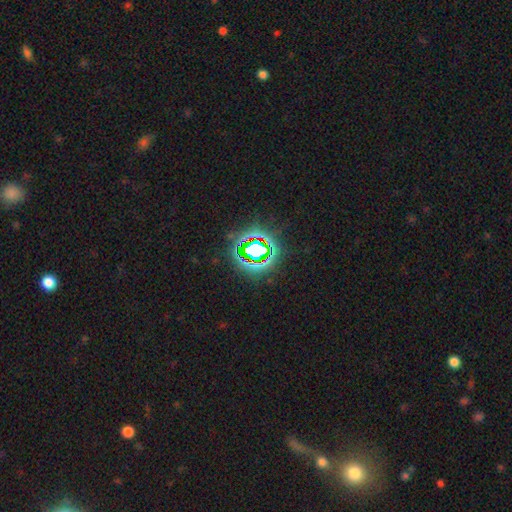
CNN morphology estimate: The model was most divided on "smooth or featured": star or artifact: 79%, smooth: 12%, featured or disk: 9%.